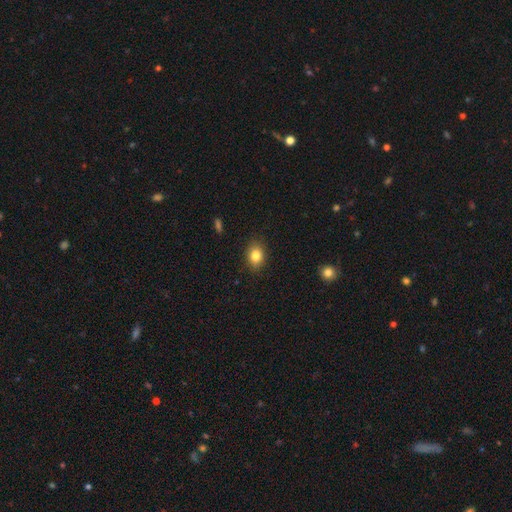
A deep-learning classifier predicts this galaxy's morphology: smooth 83%, star or artifact 10%, featured or disk 8%. Down the decision tree: how rounded — in between (65%); merging — none (87%).